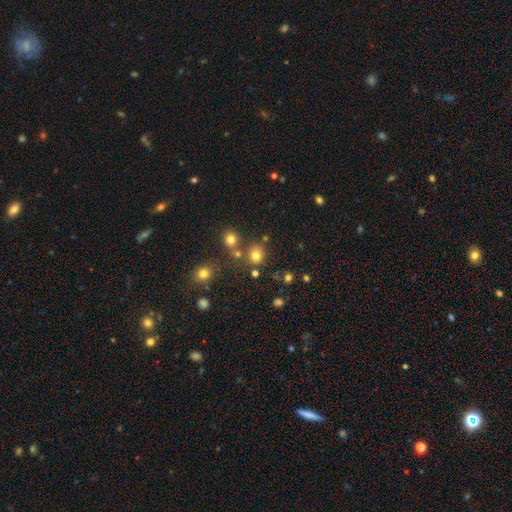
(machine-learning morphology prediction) This appears to be a smooth galaxy with no disk features (75%) that is round (84%). Merging: none (73%).